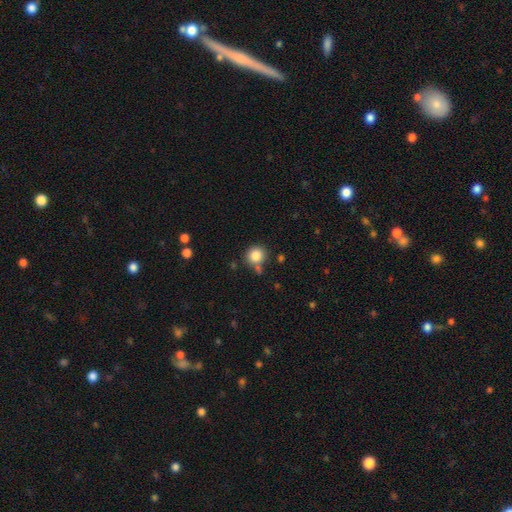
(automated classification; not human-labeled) smooth_or_featured: smooth (p=0.84) [alt: star or artifact p=0.10]
how_rounded: round (p=0.90) [alt: in between p=0.10]
merging: none (p=0.74) [alt: minor disturbance p=0.12]